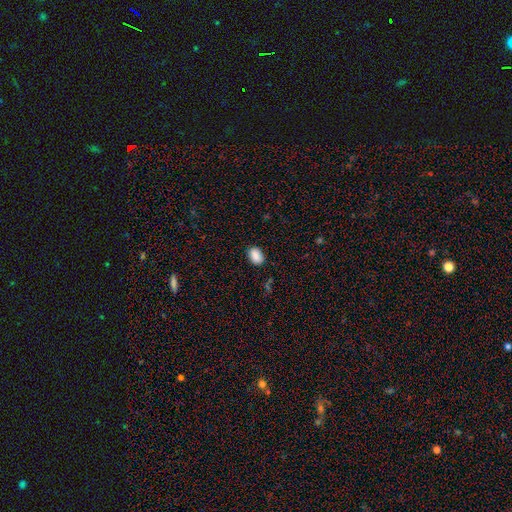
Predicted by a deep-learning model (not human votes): smooth-or-featured: smooth: 88% | star or artifact: 8% | featured or disk: 4%
  how-rounded: in between: 81% | round: 18% | cigar-shaped: 1%
  merging: none: 86% | minor disturbance: 10% | major disturbance: 2% | merger: 1%